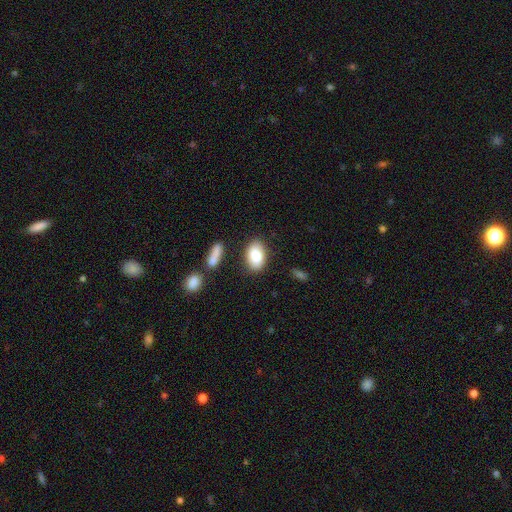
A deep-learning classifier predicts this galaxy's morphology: This is clearly a smooth galaxy (85%). How rounded: clearly in between (91%). Merging: clearly none (81%).